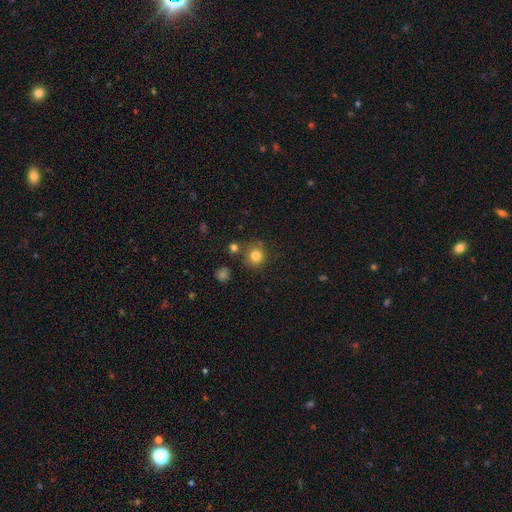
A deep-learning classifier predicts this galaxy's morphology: The model was most divided on "merging": none: 77%, minor disturbance: 12%, merger: 7%, major disturbance: 4%. More confident: how rounded — round (88%); smooth or featured — smooth (80%).